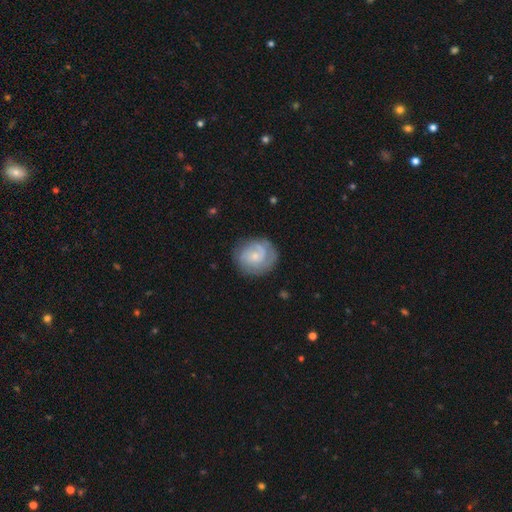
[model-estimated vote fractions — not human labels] Morphology: type=featured or disk (68%); edge-on=no (98%); bar=no (70%); spiral arms=yes (90%); winding=tight (59%); arm count=2 (40%); bulge=small (72%); merging=none (75%).